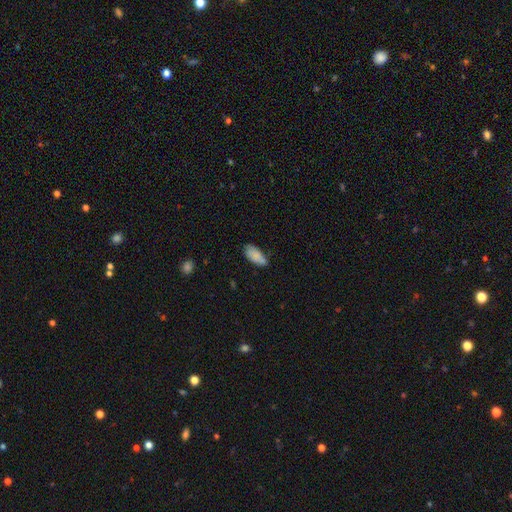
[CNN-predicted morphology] This appears to be a smooth galaxy with no disk features (84%) that is in between round and cigar-shaped (90%). Merging: none (67%).